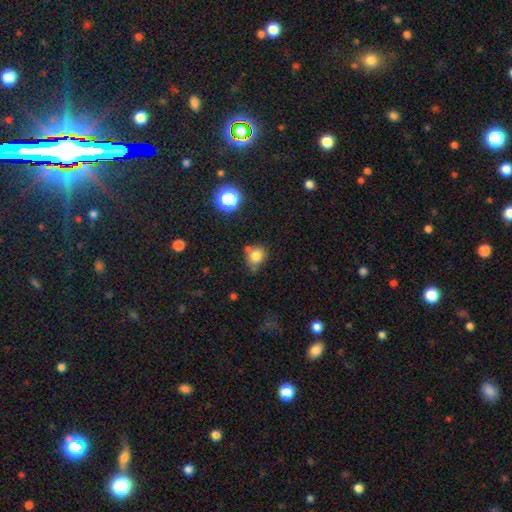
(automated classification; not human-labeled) Smooth or featured?
  - smooth: 78% *
  - star or artifact: 13%
  - featured or disk: 9%
How rounded?
  - round: 72% *
  - in between: 27%
  - cigar-shaped: 1%
Merging?
  - none: 57% *
  - minor disturbance: 23%
  - merger: 14%
  - major disturbance: 6%